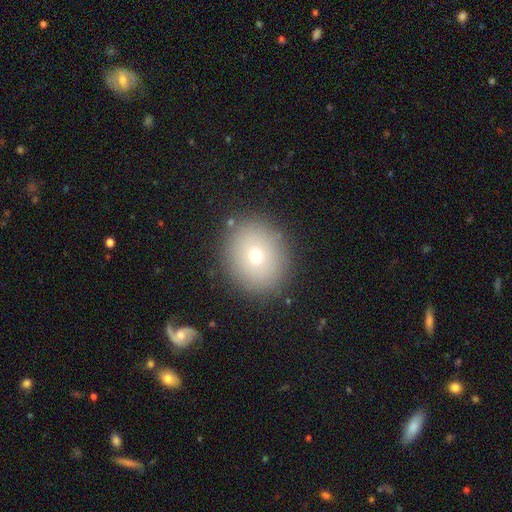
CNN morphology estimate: Overall: smooth (70%). How rounded: round (74%). Merging: none (87%).